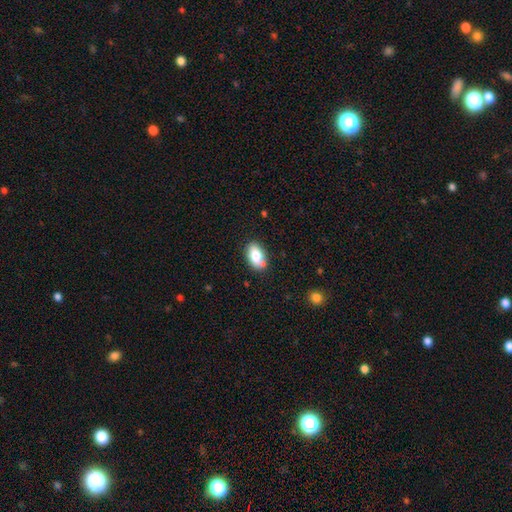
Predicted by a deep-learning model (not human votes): Smooth or featured? smooth (81%)
How rounded? in between (92%)
Merging? none (76%)